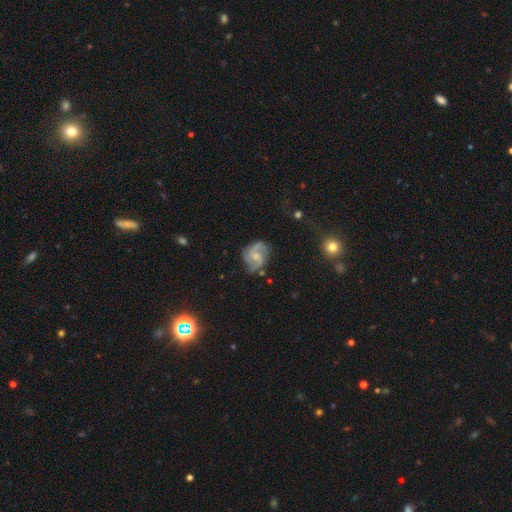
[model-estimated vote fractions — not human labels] featured or disk 85%, smooth 9%, star or artifact 6%. Down the decision tree: edge-on disk — no (98%); bar — no (50%); spiral arms — yes (97%); spiral arm count — 2 (57%); spiral winding — medium (54%); bulge size — small (50%); merging — none (69%).